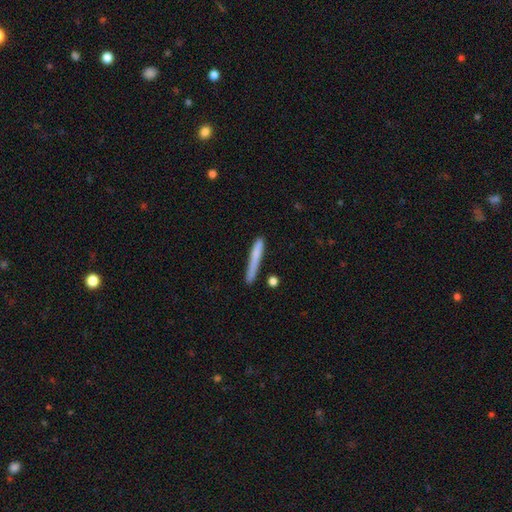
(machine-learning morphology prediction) The model was most divided on "smooth or featured": smooth: 72%, featured or disk: 21%, star or artifact: 7%. More confident: how rounded — cigar-shaped (96%); merging — none (75%).